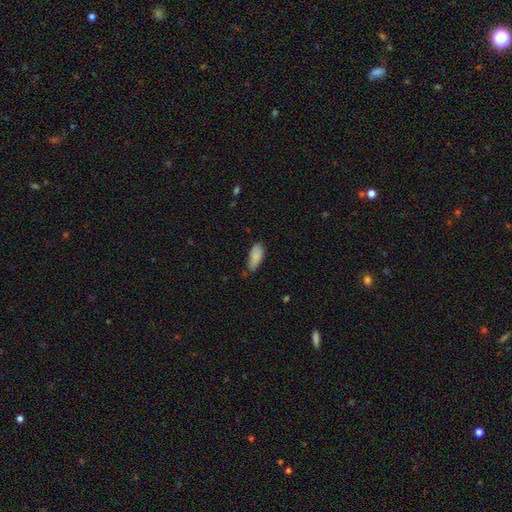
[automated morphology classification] smooth 86%, featured or disk 7%, star or artifact 7%. Down the decision tree: how rounded — in between (86%); merging — none (61%).